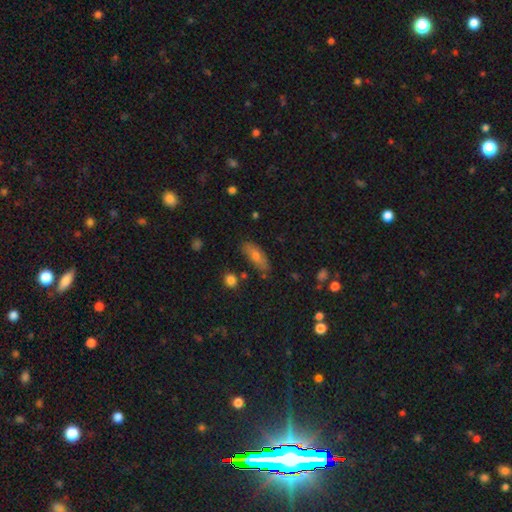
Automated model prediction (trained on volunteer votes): Q: Smooth or featured?
A: smooth (67%); runner-up: featured or disk (23%)
Q: How rounded?
A: in between (67%); runner-up: cigar-shaped (28%)
Q: Merging?
A: none (76%); runner-up: minor disturbance (17%)